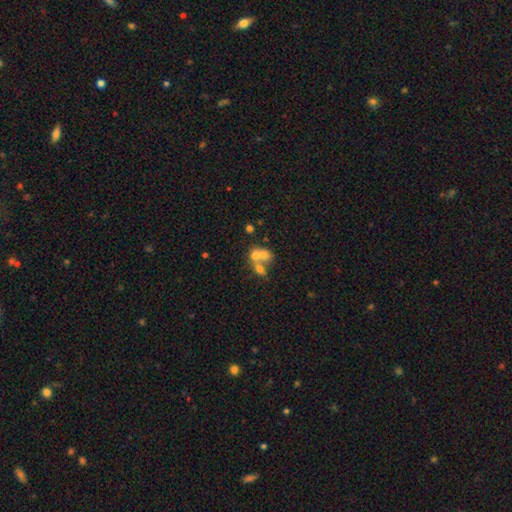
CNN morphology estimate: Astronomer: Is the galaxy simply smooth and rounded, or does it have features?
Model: smooth — 44% (runner-up: featured or disk, 32%).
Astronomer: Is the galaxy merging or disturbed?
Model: merger — 55% (runner-up: none, 31%).